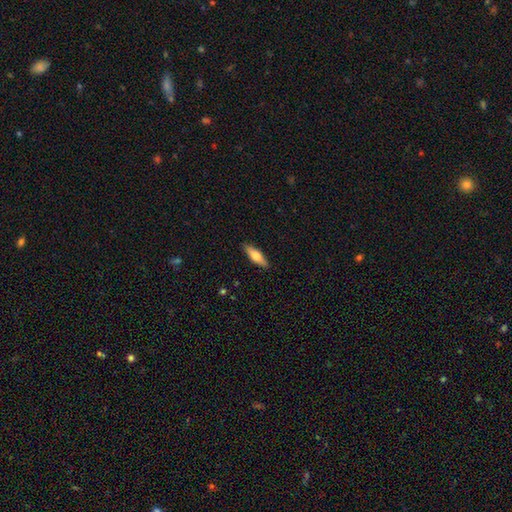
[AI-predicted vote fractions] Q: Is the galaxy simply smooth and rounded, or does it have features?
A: smooth — 61%.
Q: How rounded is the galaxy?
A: cigar-shaped — 53%.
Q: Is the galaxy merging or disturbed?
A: none — 89%.